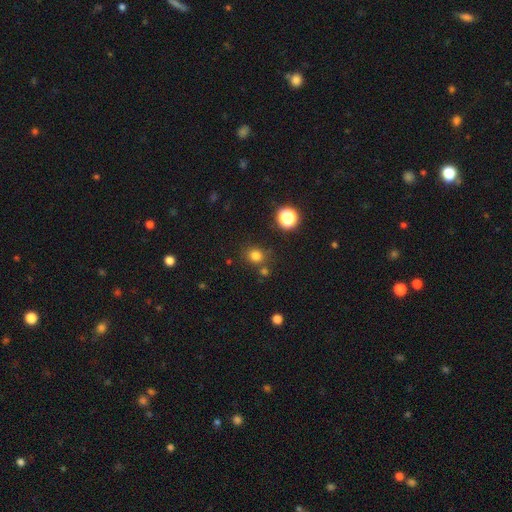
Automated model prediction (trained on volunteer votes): Smooth or featured: smooth — 77% (star or artifact — 18%)
How rounded: round — 80% (in between — 19%)
Merging: none — 77% (minor disturbance — 10%)